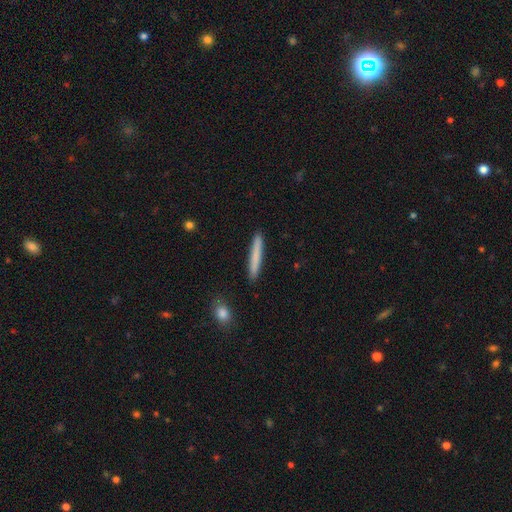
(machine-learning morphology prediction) smooth 76%, featured or disk 18%, star or artifact 6%. Down the decision tree: how rounded — cigar-shaped (96%); merging — none (91%).